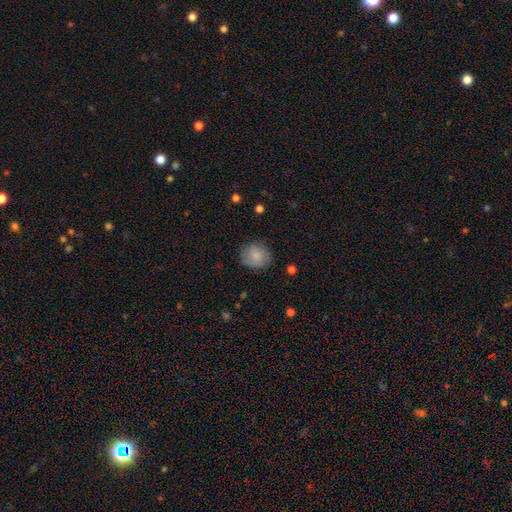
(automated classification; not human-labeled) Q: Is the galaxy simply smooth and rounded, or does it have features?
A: smooth — 80%.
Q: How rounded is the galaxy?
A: round — 80%.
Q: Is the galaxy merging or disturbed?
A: none — 78%.